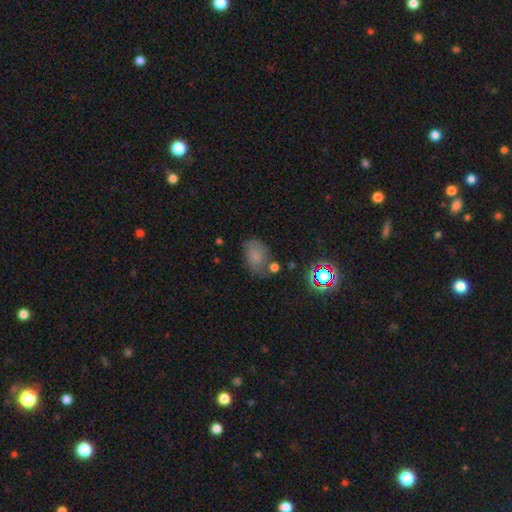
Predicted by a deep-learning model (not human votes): The model was most divided on "merging": none: 52%, minor disturbance: 27%, major disturbance: 12%, merger: 9%. More confident: how rounded — in between (81%); smooth or featured — smooth (55%).